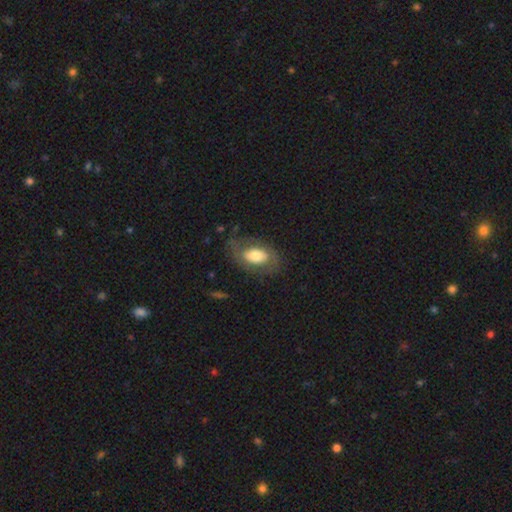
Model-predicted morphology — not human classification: A smooth galaxy with no disk features (53%) that is in between round and cigar-shaped (89%).

Vote fractions:
- Smooth or featured? smooth: 53% / featured or disk: 41% / star or artifact: 6%
- How rounded? in between: 89% / round: 8% / cigar-shaped: 2%
- Merging? none: 66% / minor disturbance: 19% / major disturbance: 14% / merger: 2%